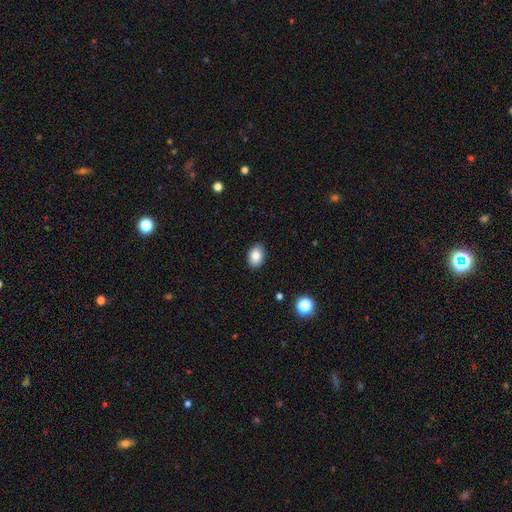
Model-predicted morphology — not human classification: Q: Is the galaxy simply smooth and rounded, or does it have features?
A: smooth — 84%.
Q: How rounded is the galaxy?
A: in between — 80%.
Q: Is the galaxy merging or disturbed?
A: none — 88%.